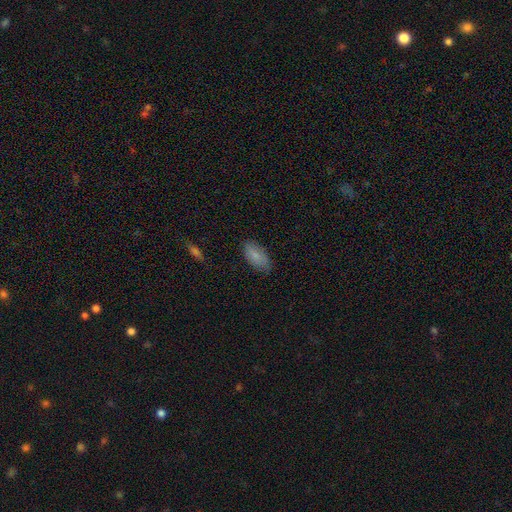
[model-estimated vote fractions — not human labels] smooth 83%, featured or disk 10%, star or artifact 6%. Down the decision tree: how rounded — in between (92%); merging — none (80%).